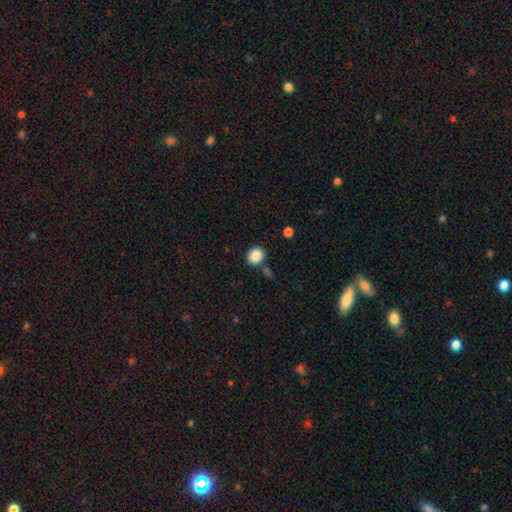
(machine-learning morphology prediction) Smooth or featured? smooth (87%)
How rounded? round (67%)
Merging? none (79%)